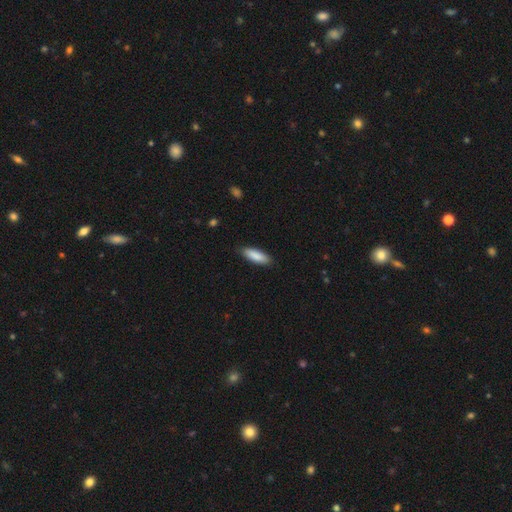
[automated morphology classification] smooth-or-featured: smooth: 88% | featured or disk: 7% | star or artifact: 6%
  how-rounded: in between: 56% | cigar-shaped: 42% | round: 1%
  merging: none: 86% | minor disturbance: 11% | major disturbance: 2% | merger: 1%